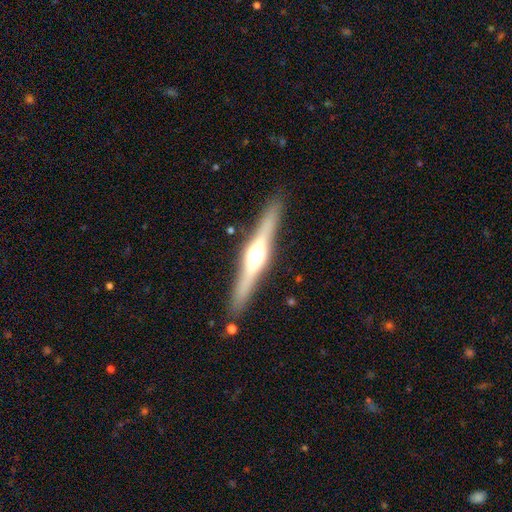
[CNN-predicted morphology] This is likely a featured or disk galaxy (73%). It is clearly viewed edge-on (97%). Edge-on bulge: clearly rounded (92%). Merging: clearly none (89%).